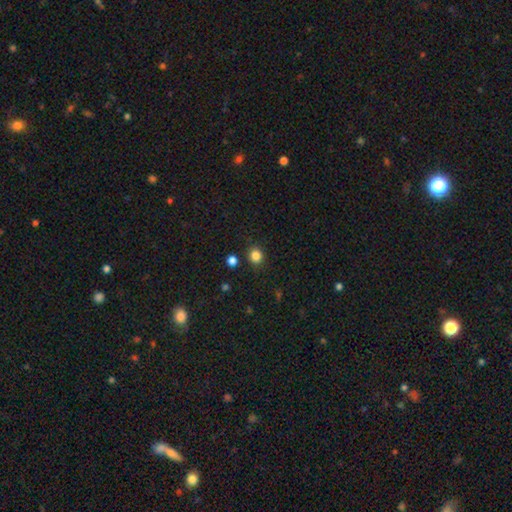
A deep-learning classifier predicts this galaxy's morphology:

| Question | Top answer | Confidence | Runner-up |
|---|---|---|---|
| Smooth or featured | smooth | 84% | star or artifact (12%) |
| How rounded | round | 82% | in between (17%) |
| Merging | none | 87% | minor disturbance (7%) |